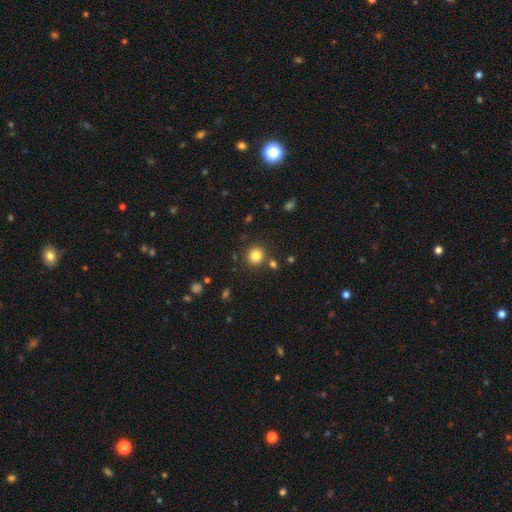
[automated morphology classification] The model was most divided on "smooth or featured": smooth: 82%, star or artifact: 12%, featured or disk: 6%. More confident: how rounded — round (90%); merging — none (84%).